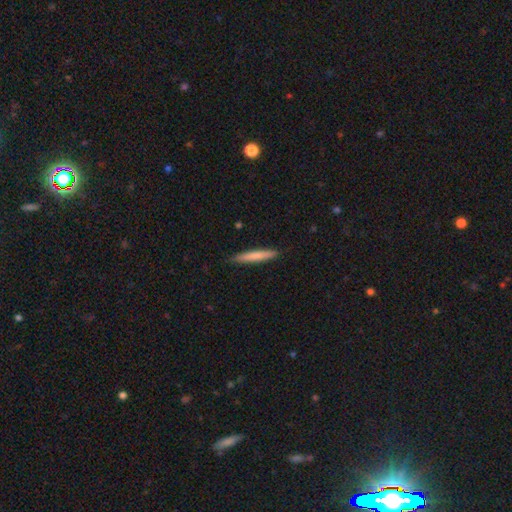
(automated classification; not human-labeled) Smooth or featured: smooth — 72% (featured or disk — 23%)
How rounded: cigar-shaped — 95% (in between — 4%)
Merging: none — 89% (minor disturbance — 9%)